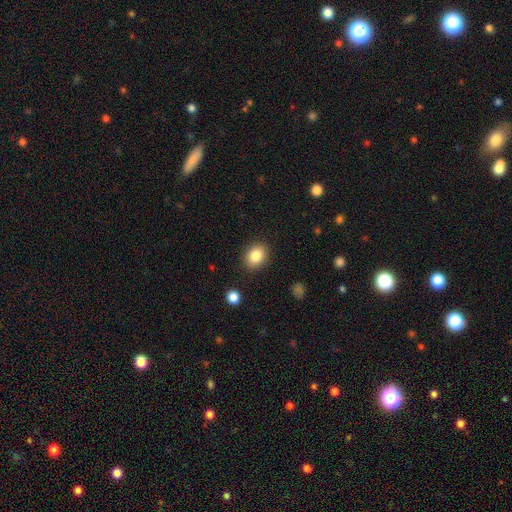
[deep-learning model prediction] This is clearly a smooth galaxy (85%). How rounded: likely in between (62%). Merging: clearly none (88%).